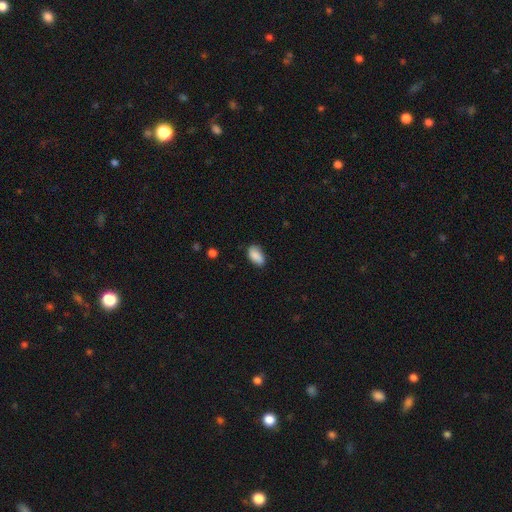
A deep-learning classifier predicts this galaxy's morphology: A smooth galaxy with no disk features (88%) that is in between round and cigar-shaped (93%). Merging: none (77%).